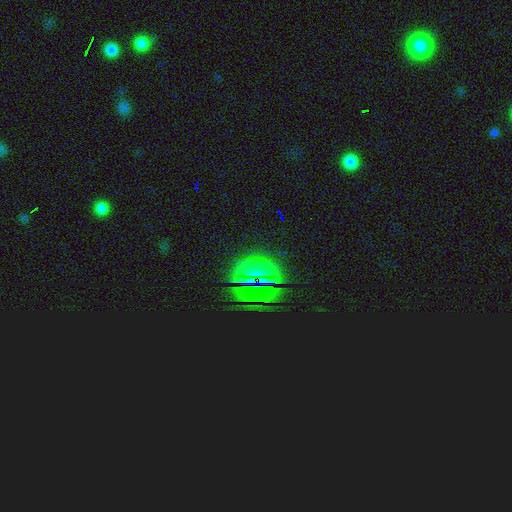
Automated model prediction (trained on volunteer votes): smooth_or_featured: star or artifact (p=0.69) [alt: smooth p=0.21]